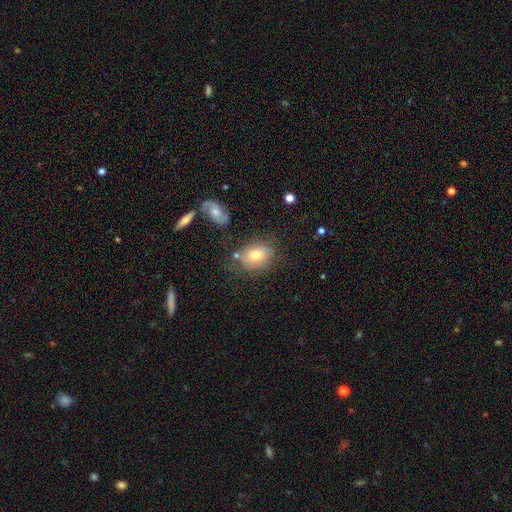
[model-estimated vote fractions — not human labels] Morphology: type=smooth (69%); roundness=in between (63%); merging=none (66%).